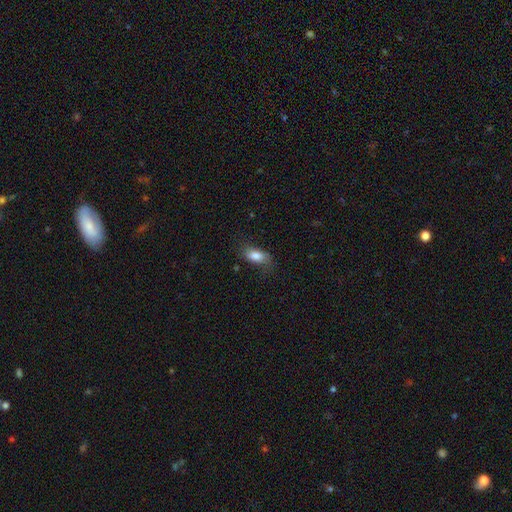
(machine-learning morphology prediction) Smooth or featured: smooth — 80% (featured or disk — 12%)
How rounded: in between — 86% (cigar-shaped — 9%)
Merging: none — 65% (minor disturbance — 24%)